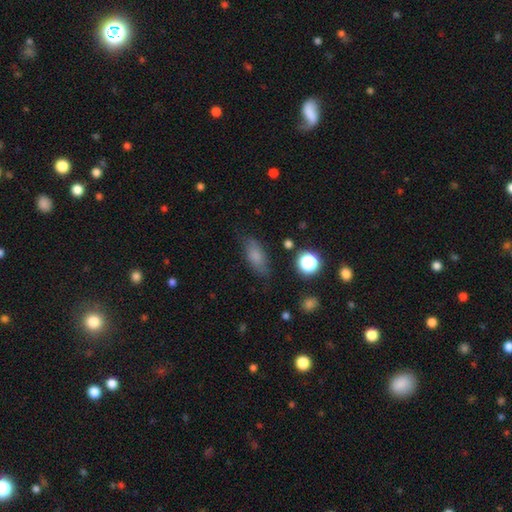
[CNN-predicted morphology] A smooth galaxy with no disk features (75%) that is in between round and cigar-shaped (77%). Merging: none (77%).